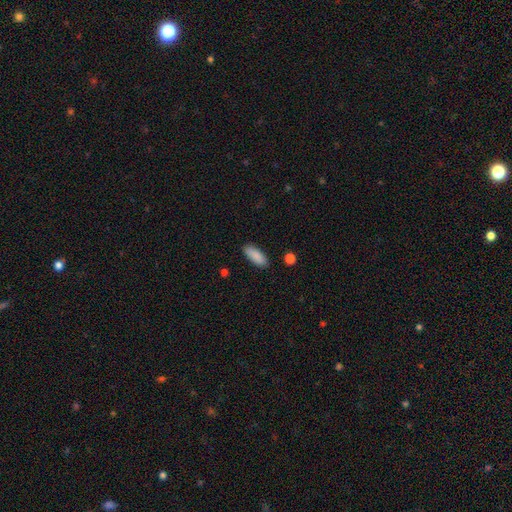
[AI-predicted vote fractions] Smooth or featured? smooth (88%)
How rounded? in between (75%)
Merging? none (87%)